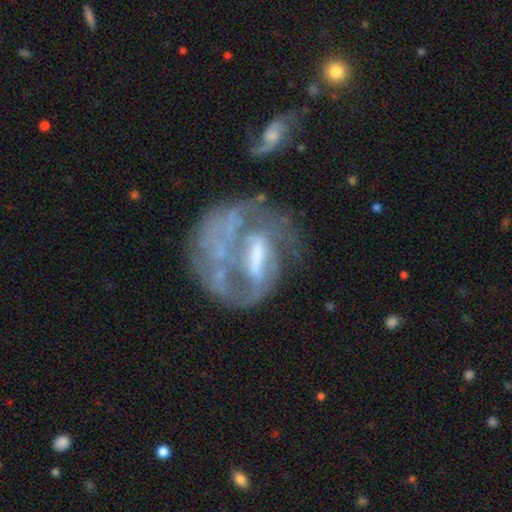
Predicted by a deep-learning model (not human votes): Smooth or featured: featured or disk — 75% (smooth — 16%)
Edge-on disk: no — 97% (yes — 3%)
Bar: strong — 34% (tied with weak — 34%)
Spiral arms: yes — 56% (no — 44%)
Bulge size: moderate — 34% (none — 33%)
Merging: major disturbance — 37% (none — 35%)